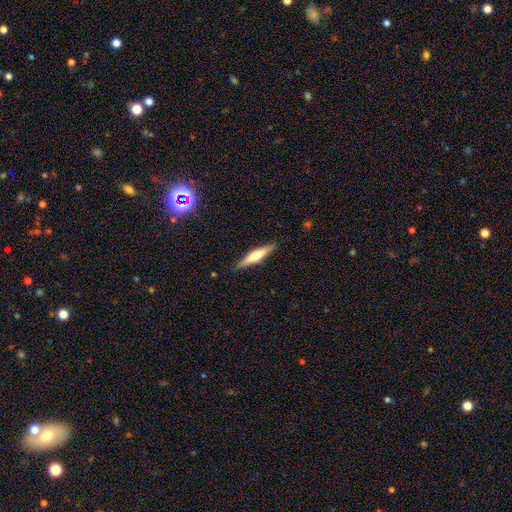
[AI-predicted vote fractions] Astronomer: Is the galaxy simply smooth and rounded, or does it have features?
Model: featured or disk — 50% (runner-up: smooth, 44%).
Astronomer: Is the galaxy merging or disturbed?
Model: none — 90%.